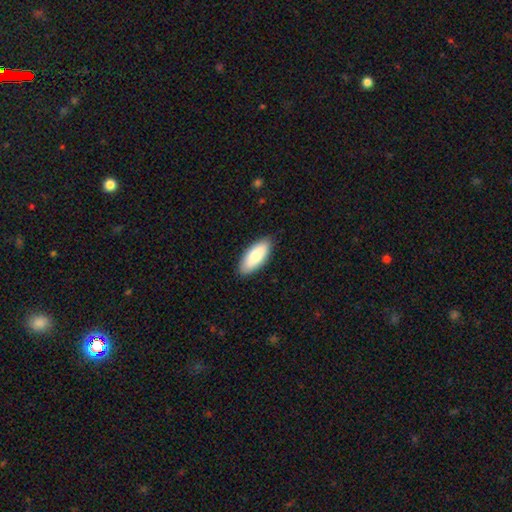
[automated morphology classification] A smooth galaxy with no disk features (83%) that is in between round and cigar-shaped (84%). Merging: none (88%).